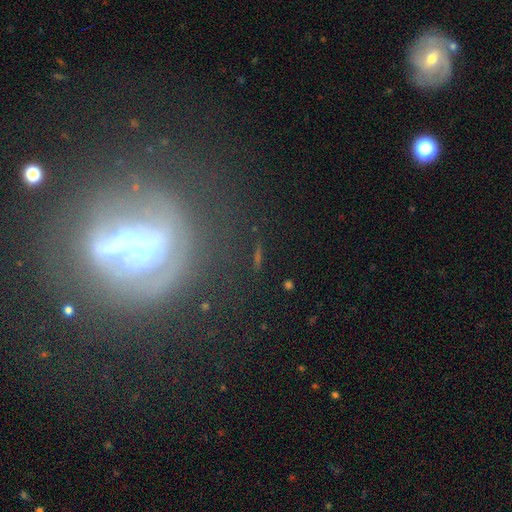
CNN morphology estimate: Smooth or featured?
  - featured or disk: 58% *
  - star or artifact: 23%
  - smooth: 19%
Edge-on disk?
  - no: 84% *
  - yes: 16%
Merging?
  - none: 54% *
  - major disturbance: 22%
  - minor disturbance: 17%
  - merger: 7%